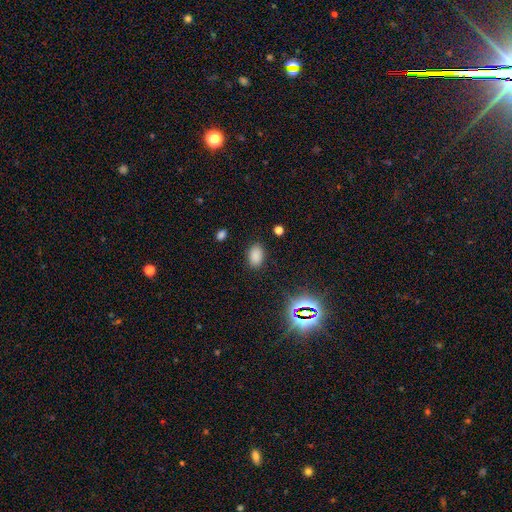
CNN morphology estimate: A smooth galaxy with no disk features (82%) that is in between round and cigar-shaped (87%).

Vote fractions:
- Smooth or featured? smooth: 82% / star or artifact: 14% / featured or disk: 4%
- How rounded? in between: 87% / round: 11% / cigar-shaped: 1%
- Merging? none: 86% / minor disturbance: 10% / major disturbance: 3% / merger: 1%